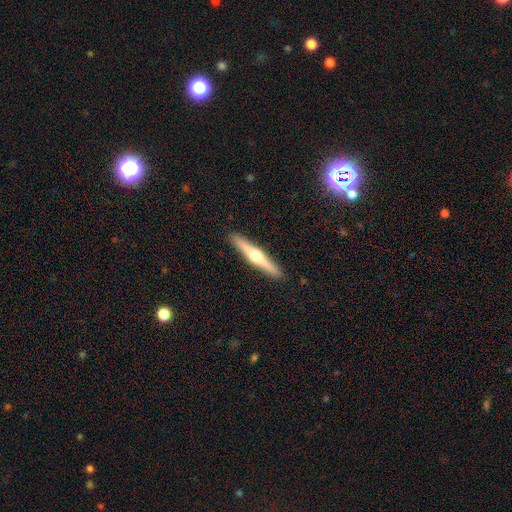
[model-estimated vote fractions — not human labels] smooth_or_featured: featured or disk (p=0.68) [alt: smooth p=0.27]
disk_edge_on: yes (p=0.98) [alt: no p=0.02]
edge_on_bulge: rounded (p=0.95) [alt: none p=0.03]
merging: none (p=0.92) [alt: minor disturbance p=0.06]